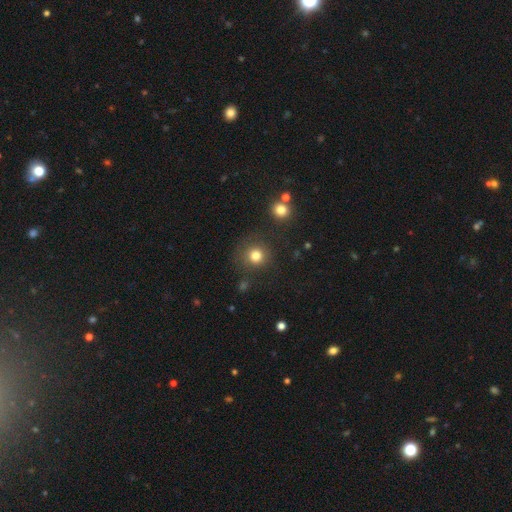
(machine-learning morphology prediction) Smooth or featured?
  - smooth: 81% *
  - star or artifact: 13%
  - featured or disk: 6%
How rounded?
  - round: 93% *
  - in between: 6%
  - cigar-shaped: 1%
Merging?
  - none: 84% *
  - minor disturbance: 9%
  - major disturbance: 4%
  - merger: 3%